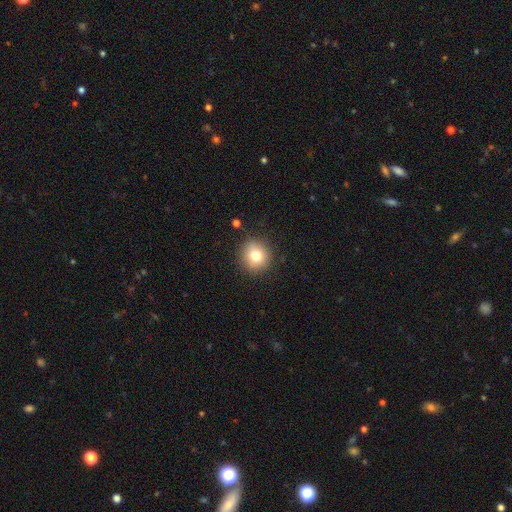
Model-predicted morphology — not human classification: The model was most divided on "smooth or featured": smooth: 77%, star or artifact: 12%, featured or disk: 11%. More confident: how rounded — round (92%); merging — none (87%).